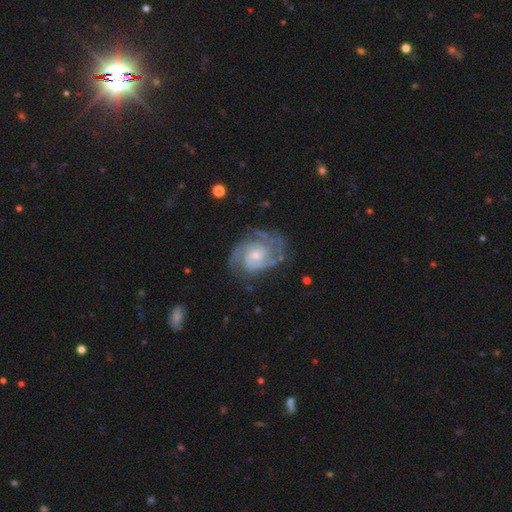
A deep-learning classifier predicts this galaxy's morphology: Overall: featured or disk (89%). Edge-on disk: no (98%). Bar: no (58%; weak 37%). Spiral arms: yes (97%). Spiral arm count: 2 (50%; 3 21%). Spiral winding: tight (56%; medium 38%). Bulge size: moderate (47%; small 46%). Merging: none (67%).